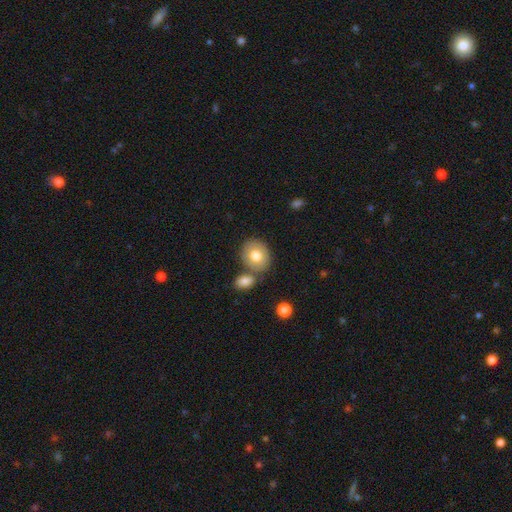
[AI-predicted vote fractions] smooth 75%, featured or disk 18%, star or artifact 7%. Down the decision tree: how rounded — round (60%); merging — none (65%).